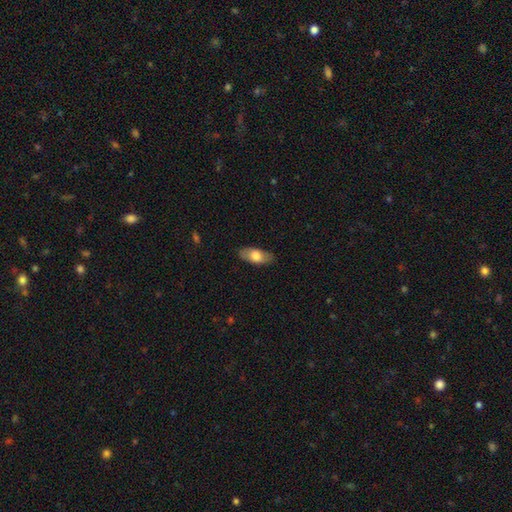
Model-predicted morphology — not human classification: type=smooth (70%); roundness=in between (85%); merging=none (84%).